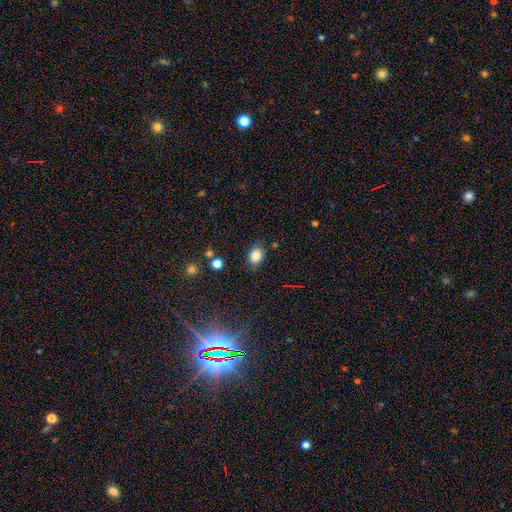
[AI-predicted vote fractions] Smooth or featured?
  - smooth: 83% *
  - star or artifact: 10%
  - featured or disk: 7%
How rounded?
  - in between: 68% *
  - round: 30%
  - cigar-shaped: 1%
Merging?
  - none: 79% *
  - minor disturbance: 15%
  - major disturbance: 4%
  - merger: 2%